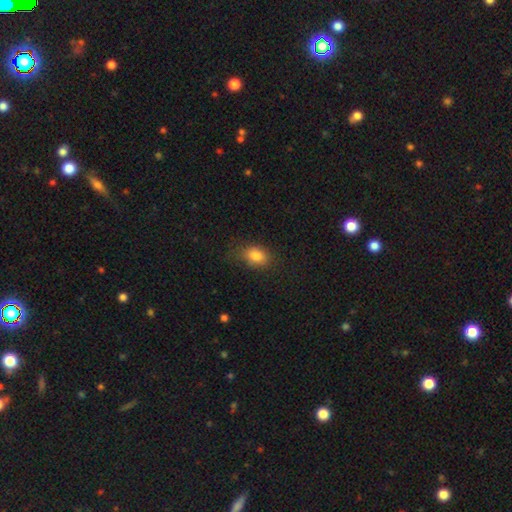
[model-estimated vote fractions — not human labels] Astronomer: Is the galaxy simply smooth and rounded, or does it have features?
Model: smooth — 83%.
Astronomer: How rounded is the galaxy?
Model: in between — 73%.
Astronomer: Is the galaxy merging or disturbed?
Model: none — 69%.